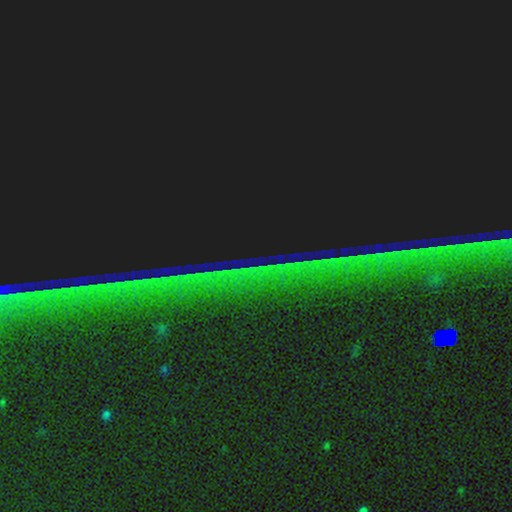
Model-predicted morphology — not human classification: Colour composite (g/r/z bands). It shows a star or artifact, not a galaxy (87%).